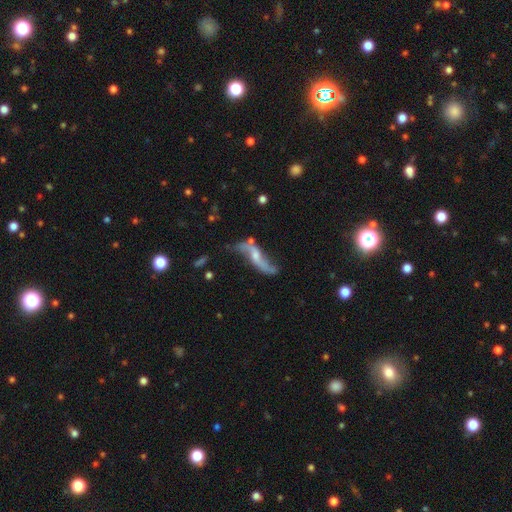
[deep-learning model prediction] This appears to be a featured or disk galaxy (77%) with no bar (48%), 2 (89%) loose (91%) spiral arms (87%) and a small central bulge (43%). Merging: none (50%).